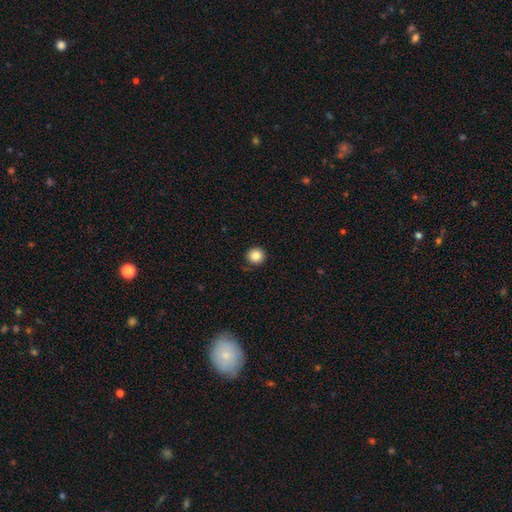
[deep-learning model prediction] Morphology: type=smooth (84%); roundness=round (94%); merging=none (89%).